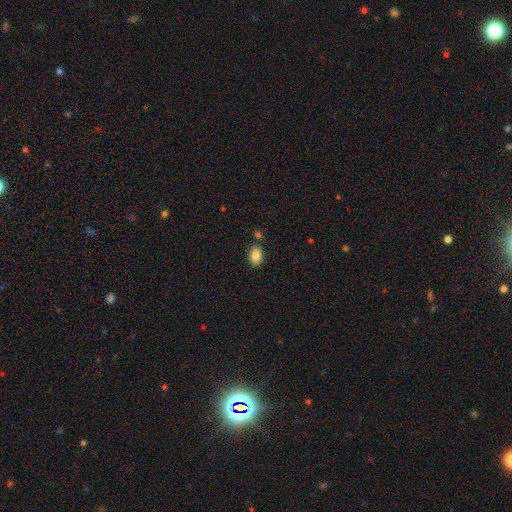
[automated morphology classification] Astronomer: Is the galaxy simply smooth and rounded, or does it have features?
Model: smooth — 83%.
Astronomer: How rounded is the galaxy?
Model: in between — 86%.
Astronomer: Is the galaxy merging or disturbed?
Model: none — 78%.